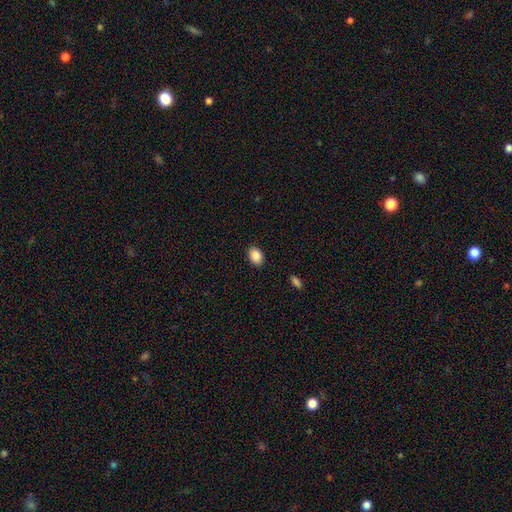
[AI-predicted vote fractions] This is clearly a smooth galaxy (89%). How rounded: likely in between (79%). Merging: clearly none (88%).